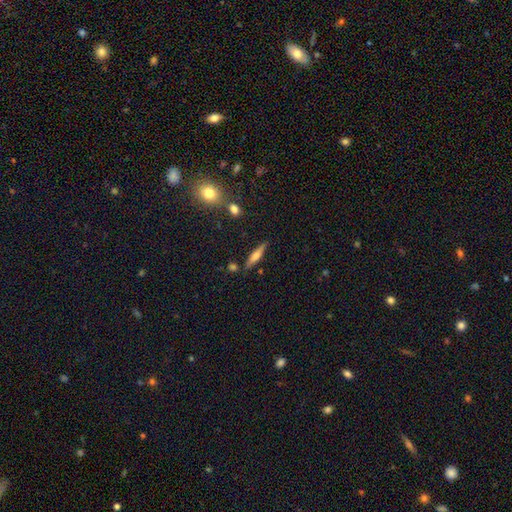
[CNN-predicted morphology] featured or disk 49%, smooth 43%, star or artifact 7%. Down the decision tree: merging — none (84%).